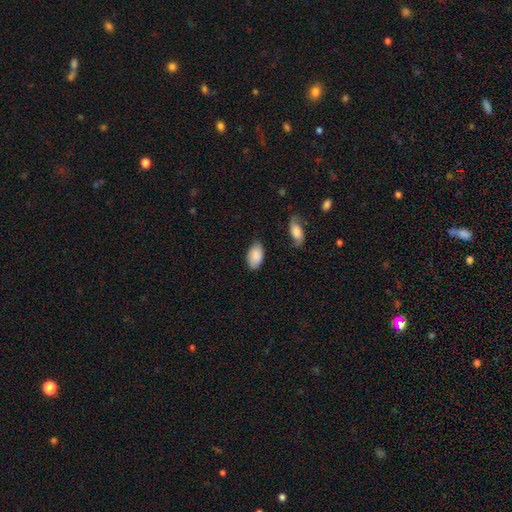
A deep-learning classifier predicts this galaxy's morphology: Smooth or featured: smooth — 84% (featured or disk — 9%)
How rounded: in between — 94% (round — 4%)
Merging: none — 76% (minor disturbance — 17%)